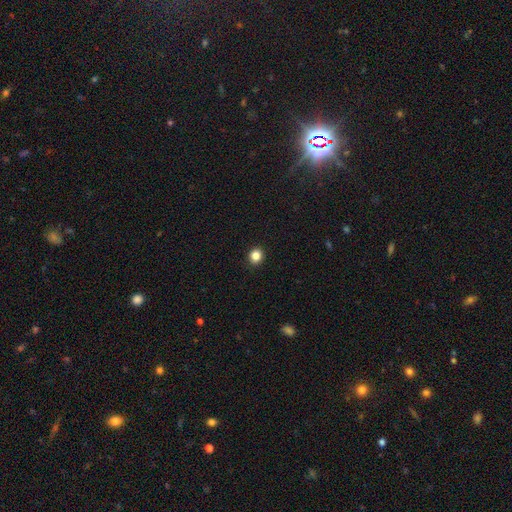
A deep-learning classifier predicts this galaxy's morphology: Smooth or featured? Predicted: smooth (p=0.85). How rounded? Predicted: round (p=0.83). Merging? Predicted: none (p=0.92).